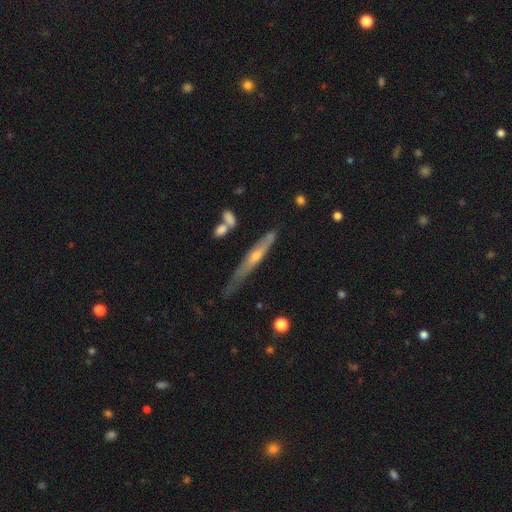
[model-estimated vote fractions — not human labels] This is likely a featured or disk galaxy (61%). It is clearly viewed edge-on (84%). Edge-on bulge: likely rounded (64%). Merging: possibly none (51%).